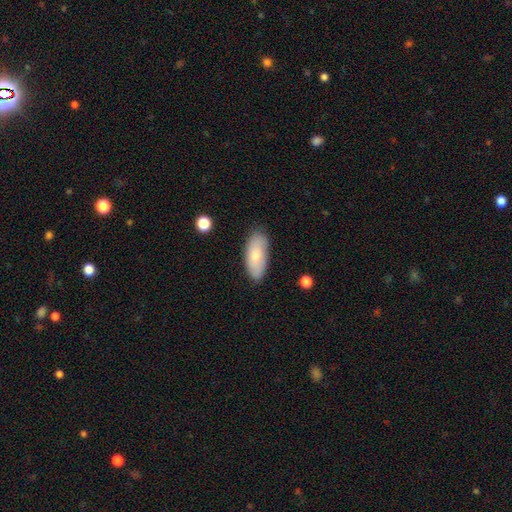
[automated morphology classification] smooth-or-featured: smooth: 76% | featured or disk: 18% | star or artifact: 6%
  how-rounded: in between: 86% | cigar-shaped: 12% | round: 2%
  merging: none: 81% | minor disturbance: 15% | major disturbance: 3% | merger: 1%